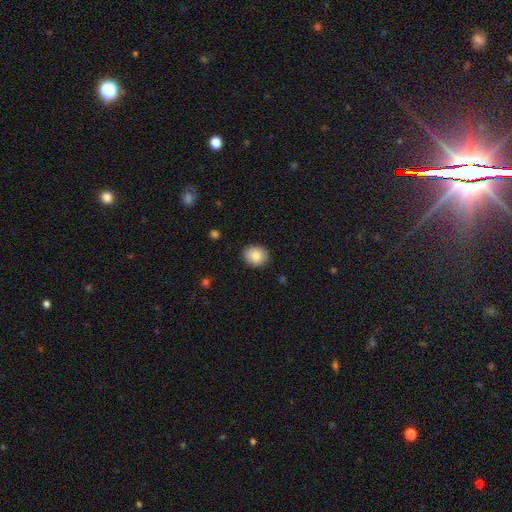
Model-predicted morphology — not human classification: A smooth galaxy with no disk features (84%) that is round (64%). Merging: none (90%).